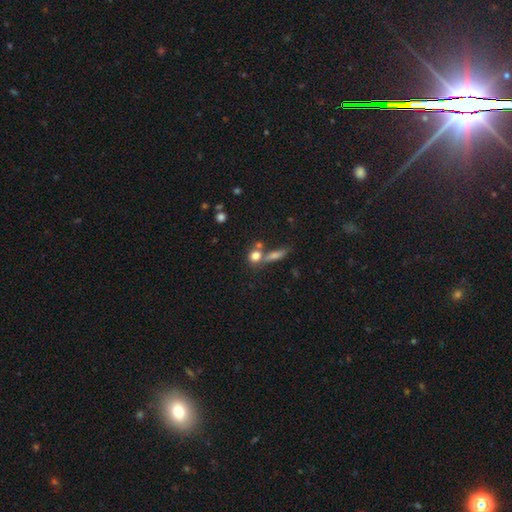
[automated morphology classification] Smooth or featured? Predicted: smooth (p=0.77). How rounded? Predicted: round (p=0.70). Merging? Predicted: none (p=0.53).